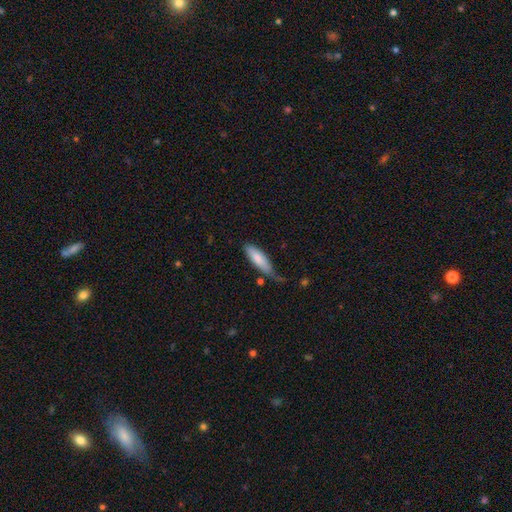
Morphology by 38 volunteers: Smooth or featured? 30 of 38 (79%) said smooth. How rounded? 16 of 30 (53%) said cigar-shaped. Merging? 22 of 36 (61%) said none.